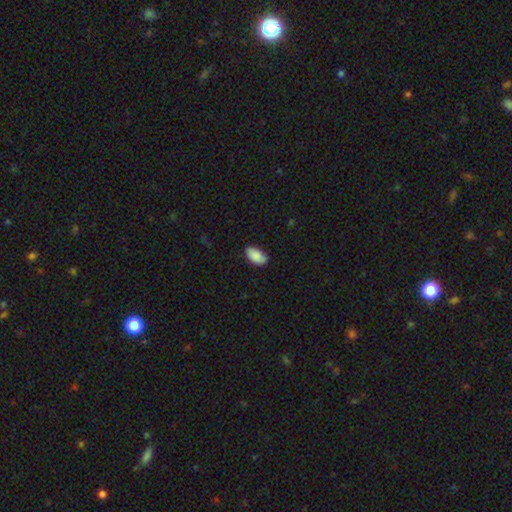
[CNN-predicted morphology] This appears to be a smooth galaxy with no disk features (88%) that is in between round and cigar-shaped (95%). Merging: none (76%).